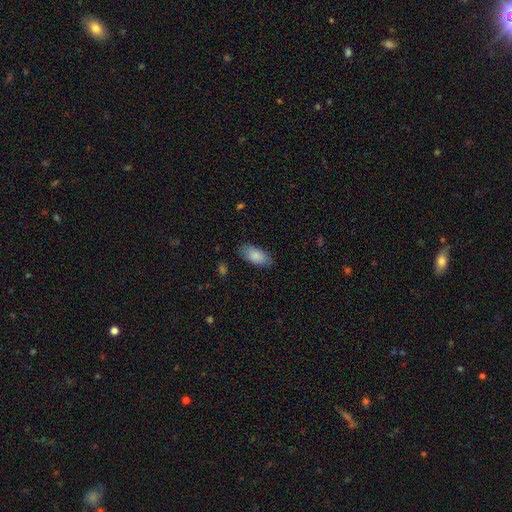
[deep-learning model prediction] The model was most divided on "merging": none: 83%, minor disturbance: 13%, major disturbance: 3%, merger: 1%. More confident: how rounded — in between (91%); smooth or featured — smooth (86%).